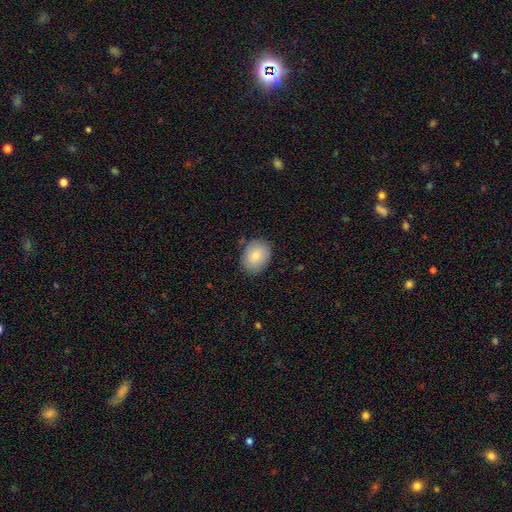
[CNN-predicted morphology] This is clearly a smooth galaxy (83%). How rounded: likely in between (66%). Merging: clearly none (82%).